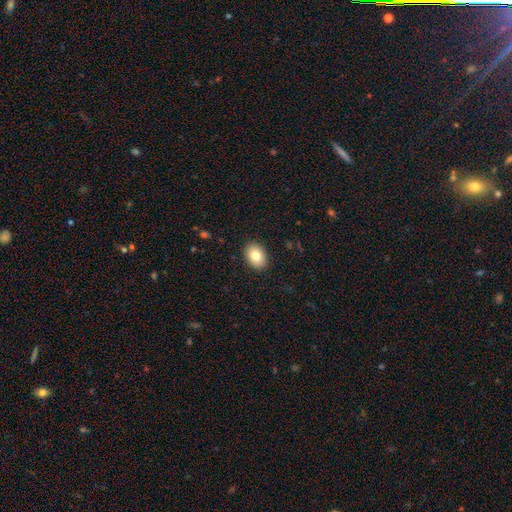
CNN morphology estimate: smooth 81%, featured or disk 11%, star or artifact 8%. Down the decision tree: how rounded — in between (76%); merging — none (90%).